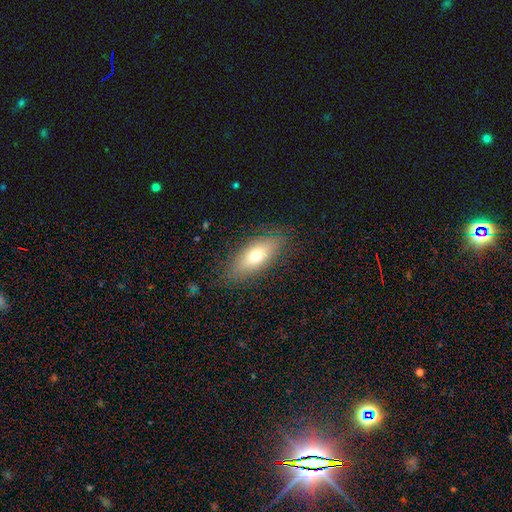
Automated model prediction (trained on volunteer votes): A smooth galaxy with no disk features (69%) that is in between round and cigar-shaped (74%).

Vote fractions:
- Smooth or featured? smooth: 69% / featured or disk: 24% / star or artifact: 8%
- How rounded? in between: 74% / cigar-shaped: 22% / round: 4%
- Merging? none: 83% / minor disturbance: 12% / major disturbance: 3% / merger: 1%